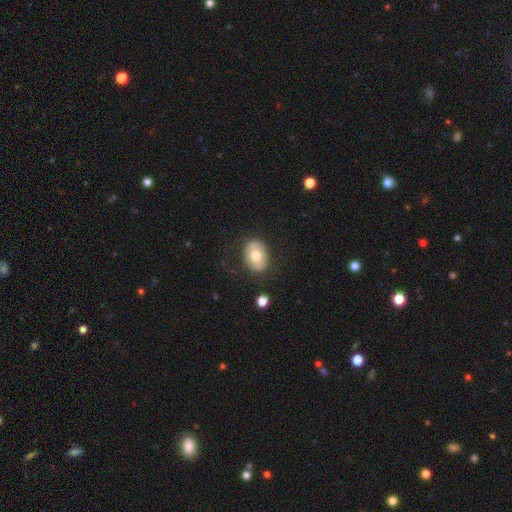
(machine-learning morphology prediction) Smooth or featured? Predicted: smooth (p=0.63). How rounded? Predicted: in between (p=0.72). Merging? Predicted: none (p=0.80).